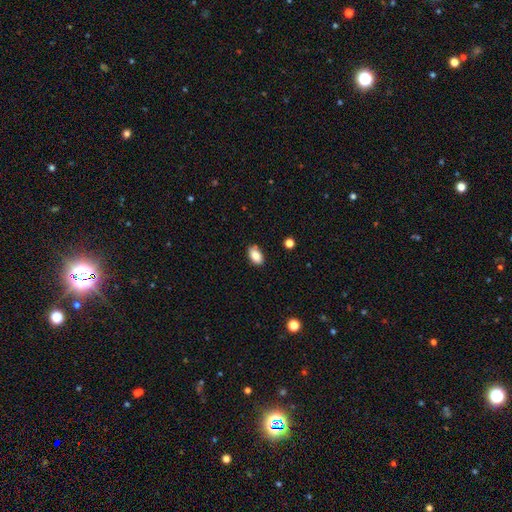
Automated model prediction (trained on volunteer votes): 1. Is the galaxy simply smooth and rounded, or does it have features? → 85% smooth, 8% star or artifact, 7% featured or disk.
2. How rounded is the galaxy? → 91% in between, 6% round, 2% cigar-shaped.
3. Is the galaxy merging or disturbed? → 85% none, 11% minor disturbance, 2% major disturbance, 2% merger.